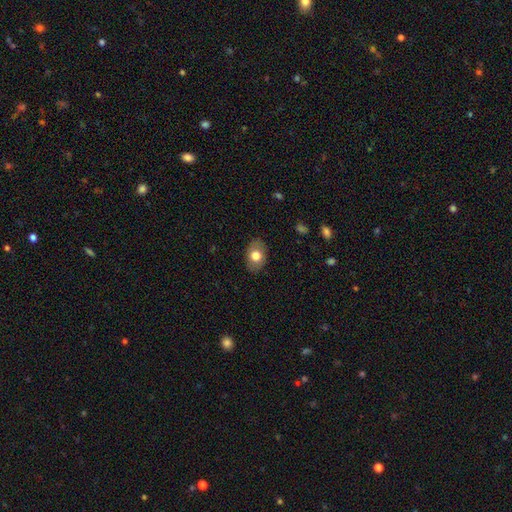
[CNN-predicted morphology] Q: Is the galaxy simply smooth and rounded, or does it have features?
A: smooth — 75%.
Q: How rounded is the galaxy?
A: in between — 79%.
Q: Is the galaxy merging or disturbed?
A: none — 84%.